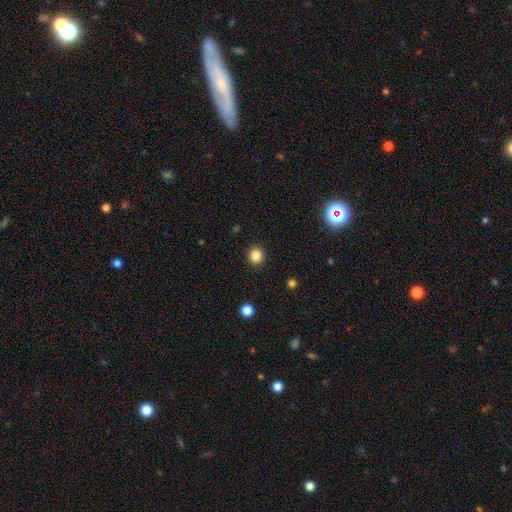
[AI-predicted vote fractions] Smooth or featured?
  - smooth: 85% *
  - star or artifact: 11%
  - featured or disk: 4%
How rounded?
  - round: 87% *
  - in between: 12%
  - cigar-shaped: 1%
Merging?
  - none: 92% *
  - minor disturbance: 5%
  - major disturbance: 2%
  - merger: 1%